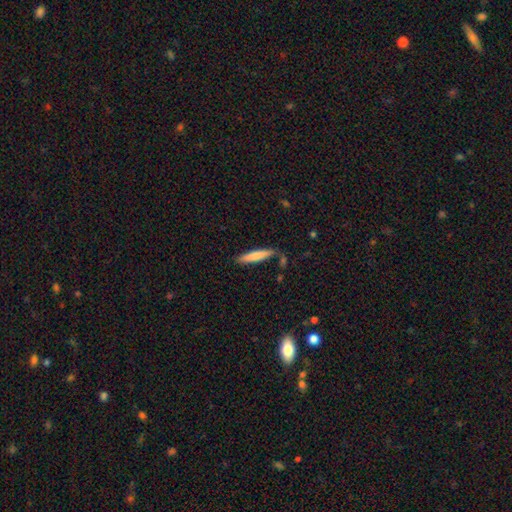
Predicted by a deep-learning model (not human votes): This appears to be a smooth galaxy with no disk features (73%) that is cigar-shaped (89%). Merging: none (78%).